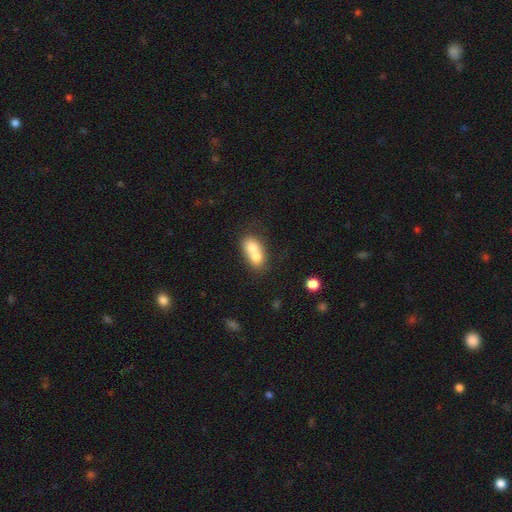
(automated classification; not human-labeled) smooth_or_featured: smooth (p=0.68) [alt: featured or disk p=0.24]
how_rounded: in between (p=0.65) [alt: round p=0.32]
merging: merger (p=0.71) [alt: none p=0.19]